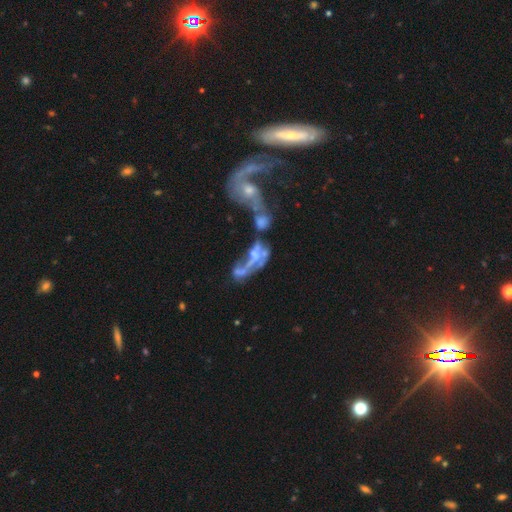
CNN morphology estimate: type=featured or disk (64%); edge-on=no (94%); bar=no (76%); spiral arms=no (69%); bulge=none (52%); merging=merger (60%).